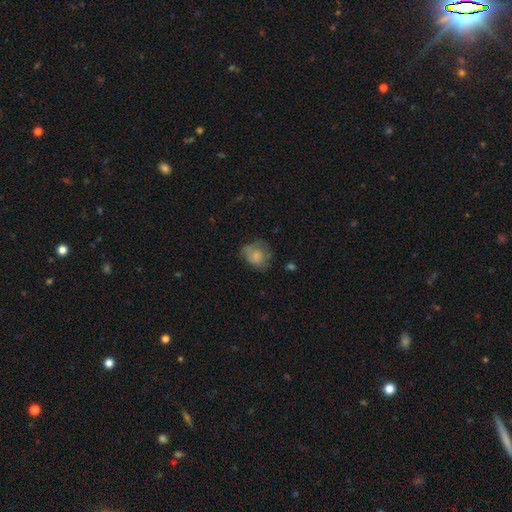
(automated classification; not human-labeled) A smooth galaxy with no disk features (70%) that is round (57%). Merging: none (49%).